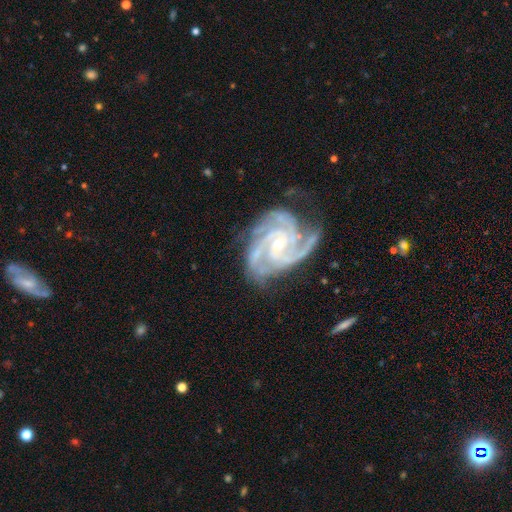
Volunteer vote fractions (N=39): featured or disk 85%, star or artifact 10%, smooth 5%. Down the decision tree: edge-on disk — no (100%); bar — weak (55%); spiral arms — yes (100%); spiral arm count — 3 (76%); spiral winding — tight (52%); bulge size — small (52%); merging — none (51%).